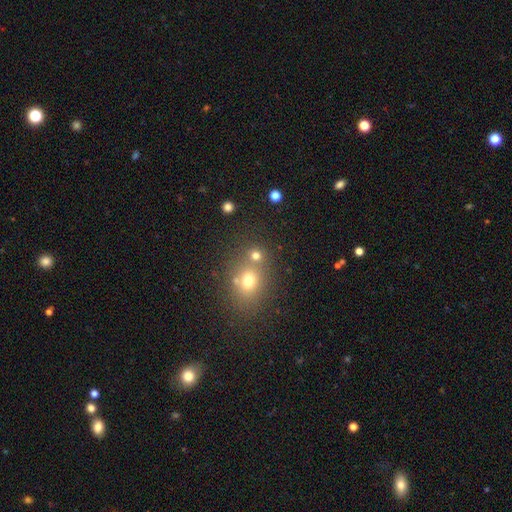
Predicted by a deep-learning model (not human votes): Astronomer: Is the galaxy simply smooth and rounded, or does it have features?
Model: smooth — 69%.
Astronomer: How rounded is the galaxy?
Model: round — 77%.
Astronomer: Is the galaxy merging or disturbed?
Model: none — 58%.